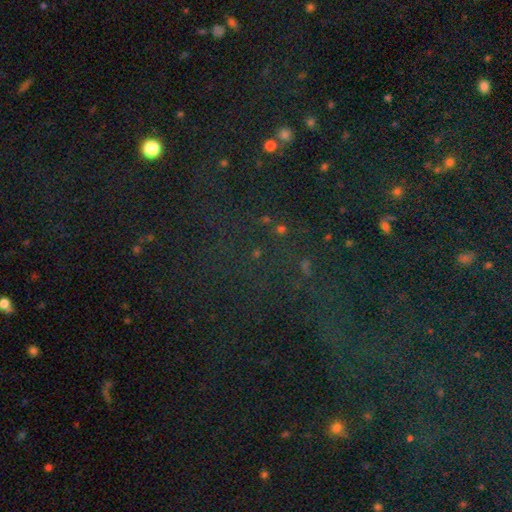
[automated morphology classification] A star or artifact, not a galaxy (71%).

Vote fractions:
- Smooth or featured? star or artifact: 71% / smooth: 18% / featured or disk: 11%